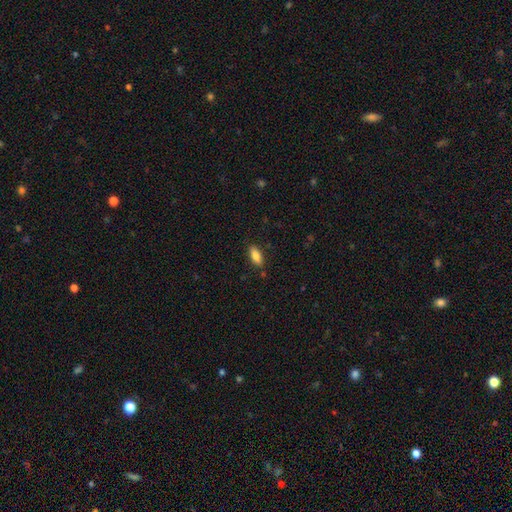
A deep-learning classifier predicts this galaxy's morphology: The model was most divided on "how rounded": in between: 83%, cigar-shaped: 15%, round: 2%. More confident: merging — none (85%); smooth or featured — smooth (84%).